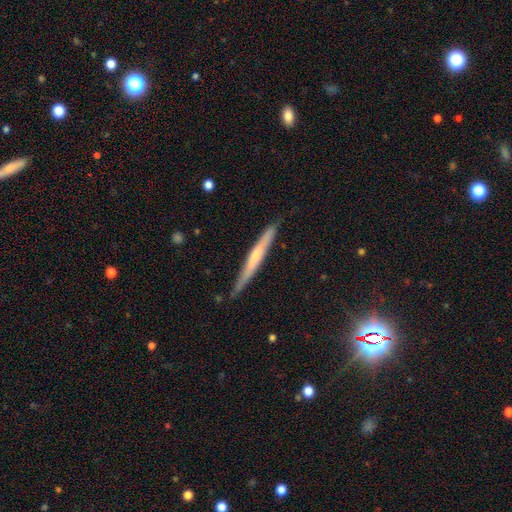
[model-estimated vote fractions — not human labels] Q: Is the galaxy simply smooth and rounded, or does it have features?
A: featured or disk — 52%.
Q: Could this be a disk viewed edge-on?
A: yes — 95%.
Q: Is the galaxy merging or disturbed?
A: none — 82%.